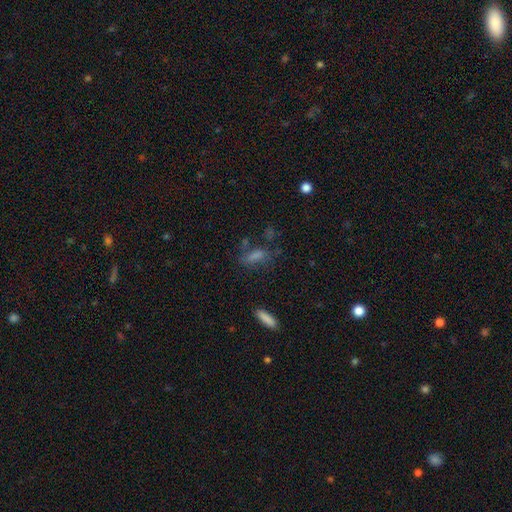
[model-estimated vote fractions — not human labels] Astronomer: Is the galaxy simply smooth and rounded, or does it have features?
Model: smooth — 58%.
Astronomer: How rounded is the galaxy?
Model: in between — 53% (runner-up: cigar-shaped, 40%).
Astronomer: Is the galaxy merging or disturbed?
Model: none — 59%.